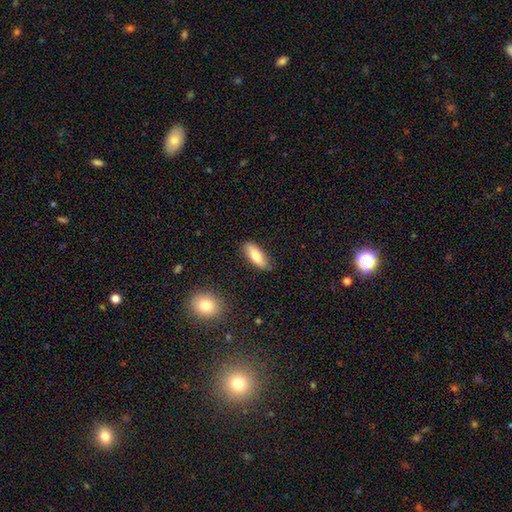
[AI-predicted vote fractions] Smooth or featured? Predicted: smooth (p=0.79). How rounded? Predicted: in between (p=0.73). Merging? Predicted: none (p=0.80).